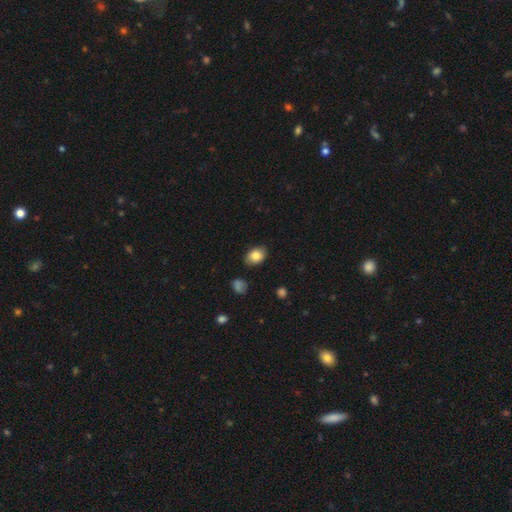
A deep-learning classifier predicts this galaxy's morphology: This appears to be a smooth galaxy with no disk features (84%) that is in between round and cigar-shaped (76%). Merging: none (83%).